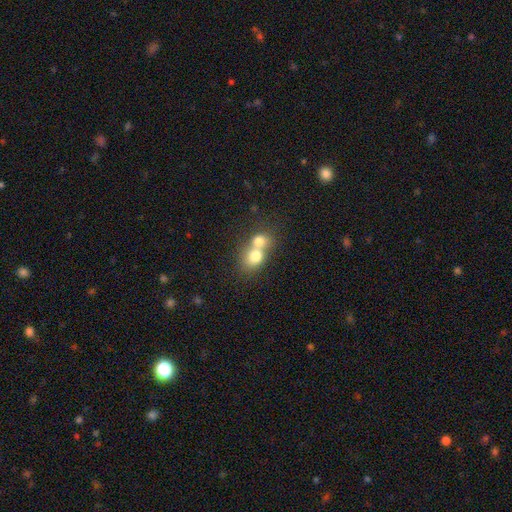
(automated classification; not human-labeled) The model was most divided on "how rounded": round: 59%, in between: 40%, cigar-shaped: 1%. More confident: smooth or featured — smooth (73%); merging — merger (72%).